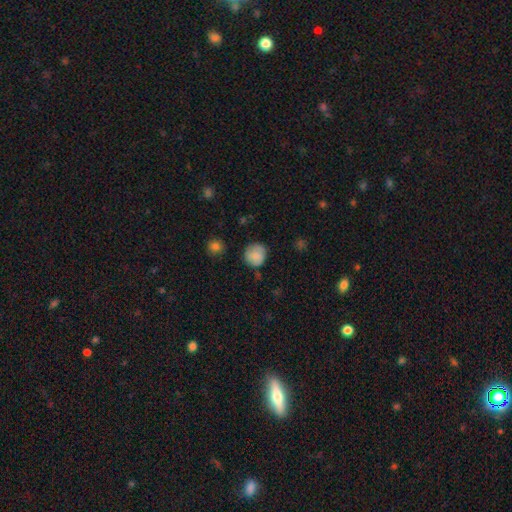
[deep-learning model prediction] smooth-or-featured: smooth: 82% | featured or disk: 10% | star or artifact: 8%
  how-rounded: round: 87% | in between: 12% | cigar-shaped: 1%
  merging: none: 76% | minor disturbance: 18% | major disturbance: 4% | merger: 2%